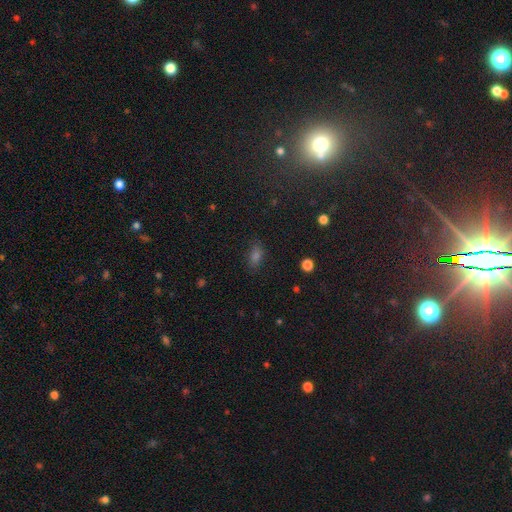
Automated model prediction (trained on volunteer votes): This is likely a smooth galaxy (65%). How rounded: clearly in between (83%). Merging: likely none (80%).